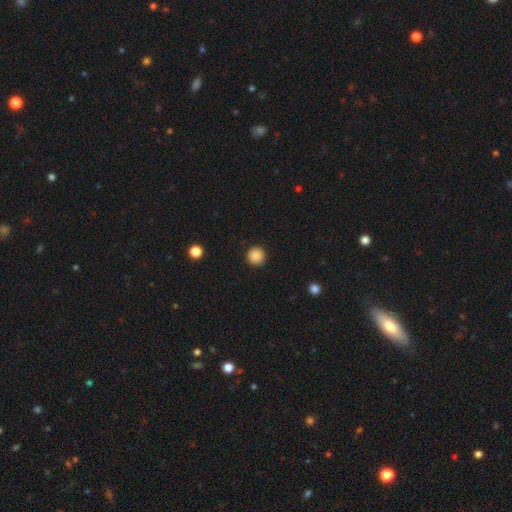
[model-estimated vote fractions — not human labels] smooth-or-featured: smooth: 87% | star or artifact: 10% | featured or disk: 3%
  how-rounded: round: 96% | in between: 3% | cigar-shaped: 1%
  merging: none: 92% | minor disturbance: 5% | major disturbance: 2% | merger: 1%